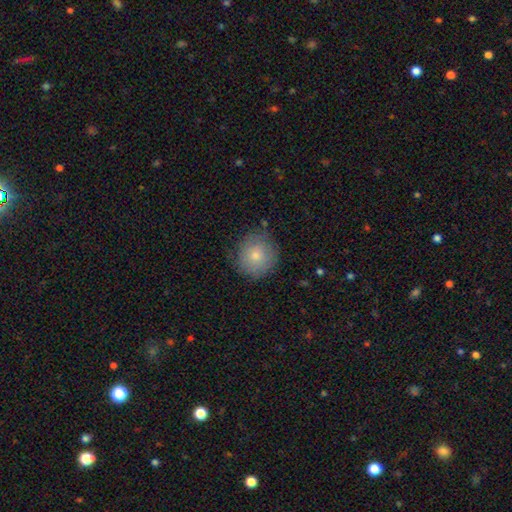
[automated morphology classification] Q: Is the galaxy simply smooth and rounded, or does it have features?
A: smooth — 77%.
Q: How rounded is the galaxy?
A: round — 91%.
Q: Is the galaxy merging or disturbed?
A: none — 79%.